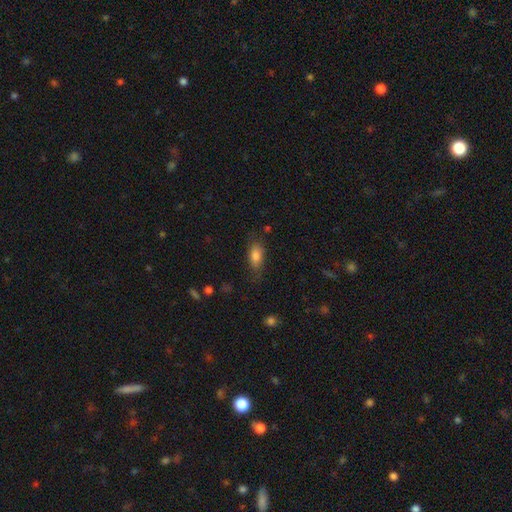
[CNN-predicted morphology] This is clearly a smooth galaxy (81%). How rounded: clearly in between (85%). Merging: likely none (70%).